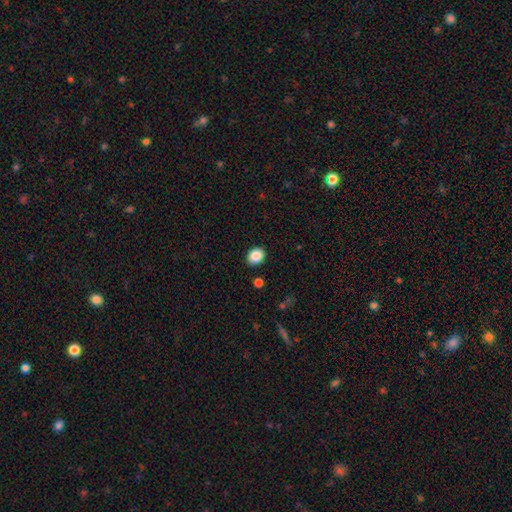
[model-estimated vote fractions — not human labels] A smooth galaxy with no disk features (87%) that is round (51%).

Vote fractions:
- Smooth or featured? smooth: 87% / star or artifact: 9% / featured or disk: 4%
- How rounded? round: 51% / in between: 48% / cigar-shaped: 1%
- Merging? none: 89% / minor disturbance: 8% / major disturbance: 2% / merger: 2%